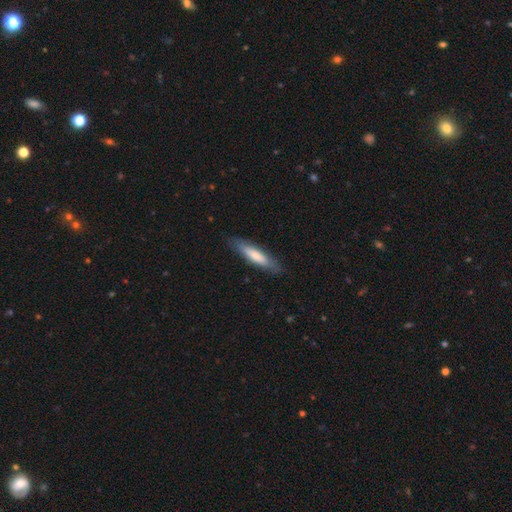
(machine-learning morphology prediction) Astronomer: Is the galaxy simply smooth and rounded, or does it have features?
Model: smooth — 73%.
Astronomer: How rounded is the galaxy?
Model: cigar-shaped — 80%.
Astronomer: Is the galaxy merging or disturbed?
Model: none — 84%.